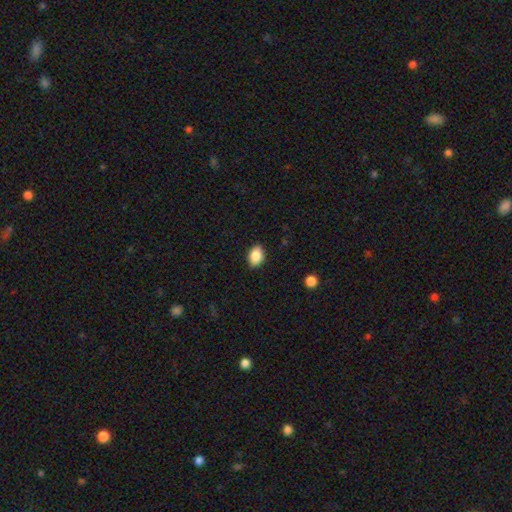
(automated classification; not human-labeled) Smooth or featured: smooth — 87% (star or artifact — 8%)
How rounded: in between — 84% (round — 15%)
Merging: none — 88% (minor disturbance — 9%)